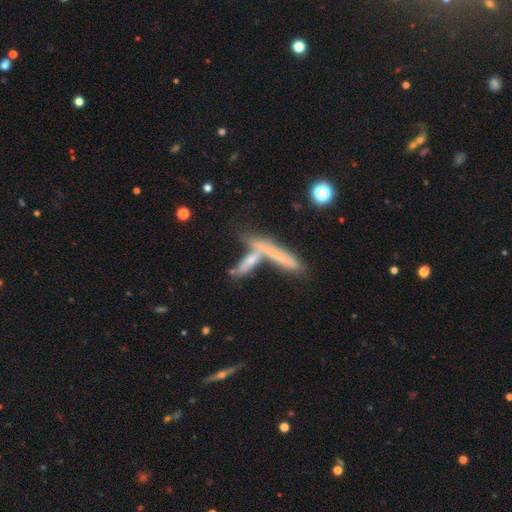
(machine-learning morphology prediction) smooth 47%, featured or disk 41%, star or artifact 12%. Down the decision tree: merging — merger (43%).